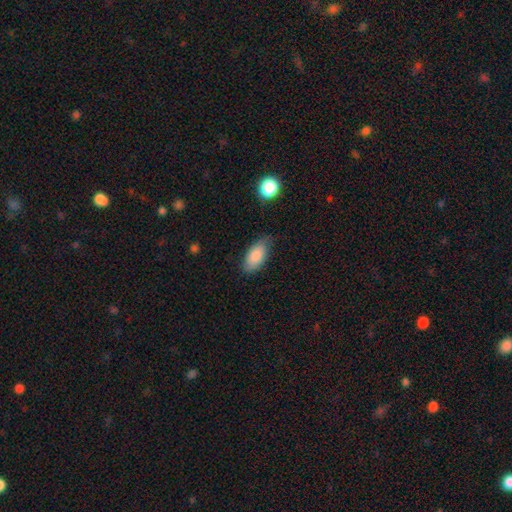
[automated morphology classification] This is clearly a smooth galaxy (85%). How rounded: clearly in between (92%). Merging: likely none (68%).